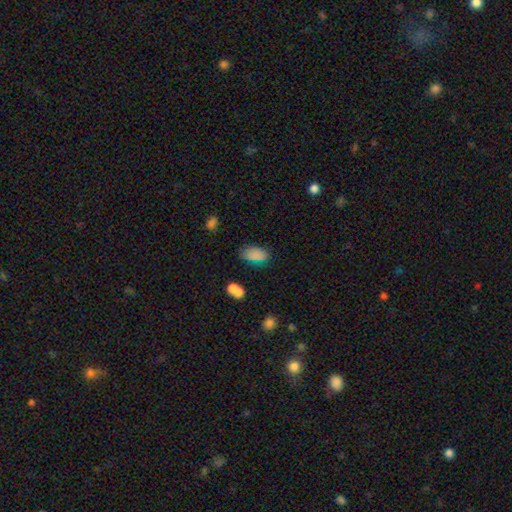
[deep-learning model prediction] This appears to be a smooth galaxy with no disk features (81%) that is in between round and cigar-shaped (92%). Merging: none (68%).